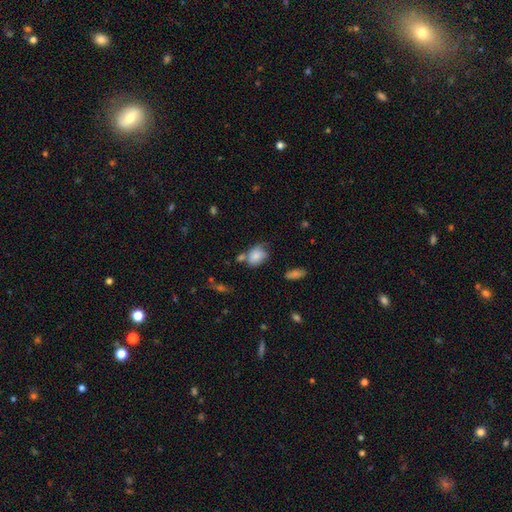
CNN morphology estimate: Overall: smooth (76%). How rounded: in between (72%). Merging: none (38%; minor disturbance 30%).